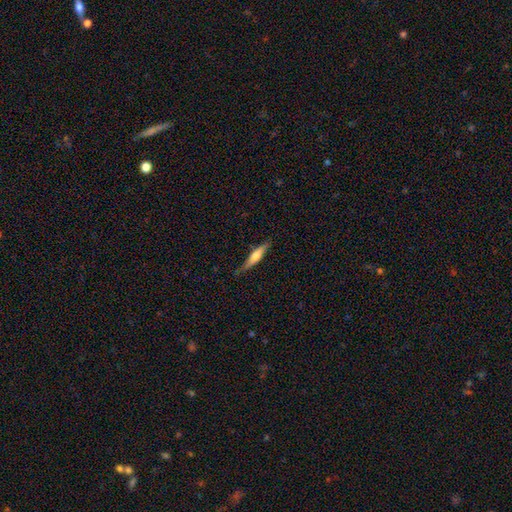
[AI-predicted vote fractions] Morphology: type=smooth (50%); merging=none (80%).